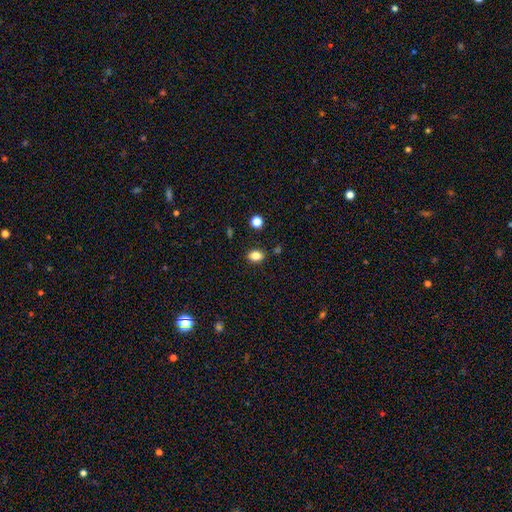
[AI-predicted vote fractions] smooth-or-featured: smooth: 84% | star or artifact: 11% | featured or disk: 5%
  how-rounded: in between: 68% | round: 31% | cigar-shaped: 1%
  merging: none: 86% | minor disturbance: 9% | merger: 3% | major disturbance: 2%